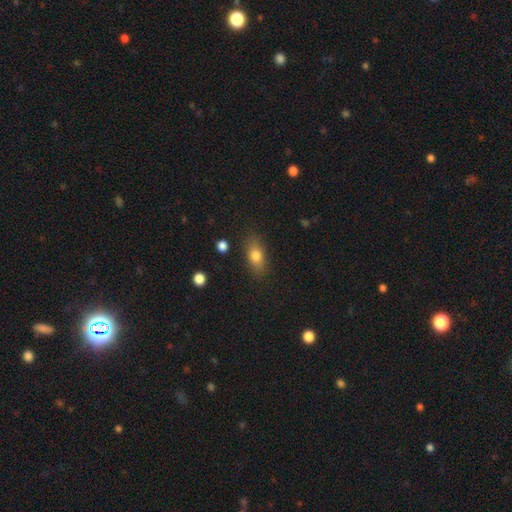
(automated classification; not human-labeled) Smooth or featured? Predicted: smooth (p=0.77). How rounded? Predicted: in between (p=0.78). Merging? Predicted: none (p=0.83).